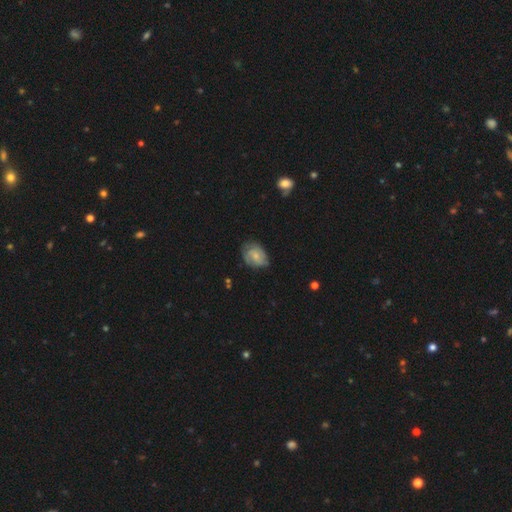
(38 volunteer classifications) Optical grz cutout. It shows a smooth galaxy with no disk features (50%) that is in between round and cigar-shaped (58%). Merging: none (54%).